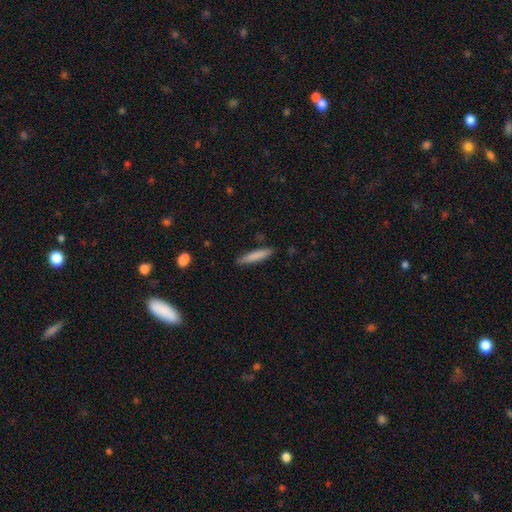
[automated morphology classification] smooth_or_featured: smooth (p=0.81) [alt: featured or disk p=0.13]
how_rounded: cigar-shaped (p=0.90) [alt: in between p=0.09]
merging: none (p=0.86) [alt: minor disturbance p=0.10]